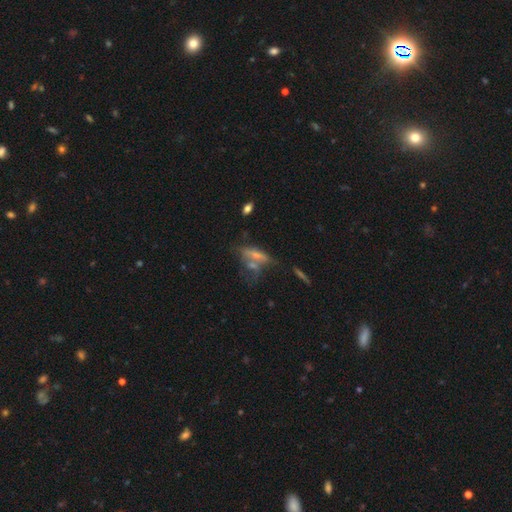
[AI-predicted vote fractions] Morphology: type=smooth (45%); merging=none (35%).